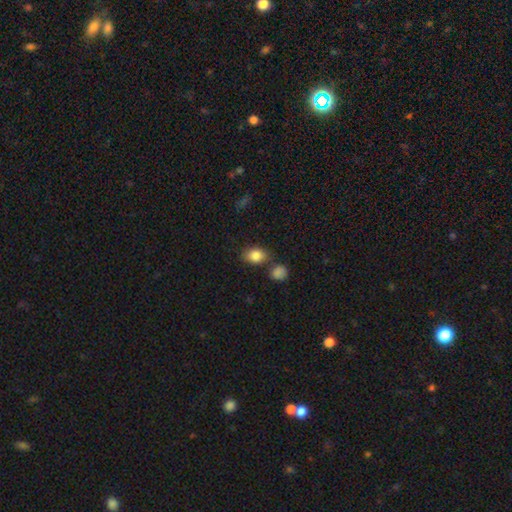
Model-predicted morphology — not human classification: Smooth or featured? Predicted: smooth (p=0.86). How rounded? Predicted: in between (p=0.71). Merging? Predicted: none (p=0.66).